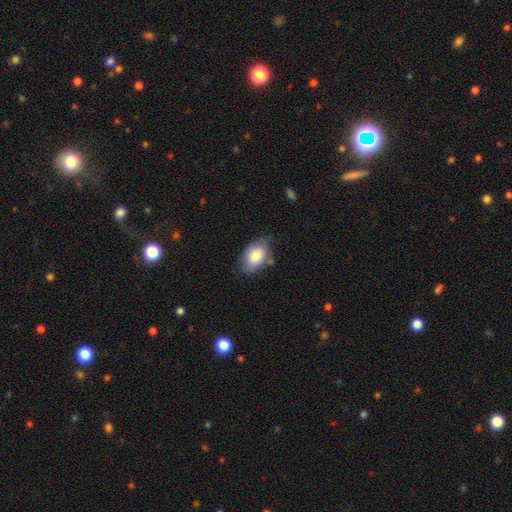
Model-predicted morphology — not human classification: Q: Smooth or featured?
A: smooth (81%); runner-up: featured or disk (12%)
Q: How rounded?
A: in between (91%); runner-up: round (8%)
Q: Merging?
A: none (63%); runner-up: minor disturbance (27%)